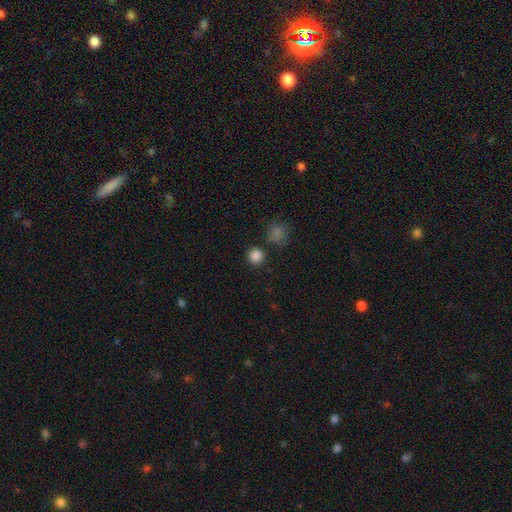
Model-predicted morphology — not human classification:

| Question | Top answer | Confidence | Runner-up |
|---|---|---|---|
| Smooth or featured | smooth | 85% | star or artifact (12%) |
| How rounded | round | 94% | in between (5%) |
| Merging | none | 87% | minor disturbance (6%) |